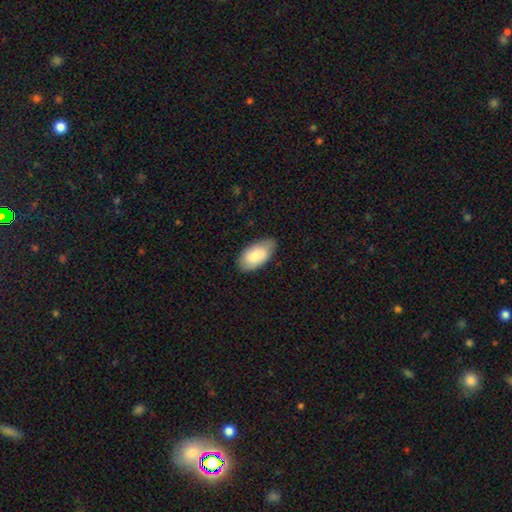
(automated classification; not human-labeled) smooth-or-featured: smooth: 78% | featured or disk: 16% | star or artifact: 6%
  how-rounded: in between: 95% | round: 3% | cigar-shaped: 2%
  merging: none: 72% | minor disturbance: 23% | major disturbance: 4% | merger: 1%